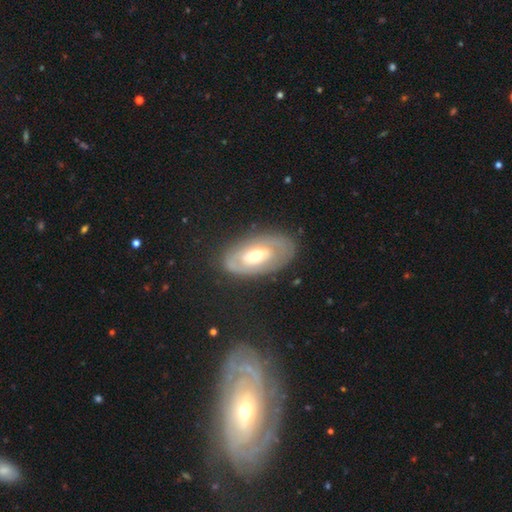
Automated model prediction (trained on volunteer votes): featured or disk 66%, smooth 28%, star or artifact 6%. Down the decision tree: edge-on disk — no (91%); bar — no (61%); spiral arms — yes (51%); bulge size — moderate (68%); merging — none (79%).